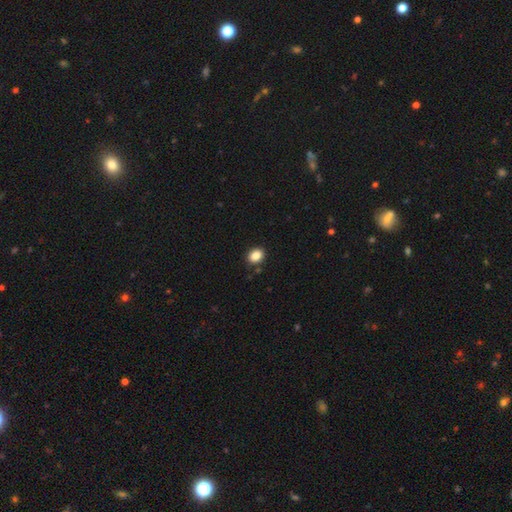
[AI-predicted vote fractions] The model was most divided on "how rounded": in between: 66%, round: 33%, cigar-shaped: 1%. More confident: merging — none (87%); smooth or featured — smooth (87%).